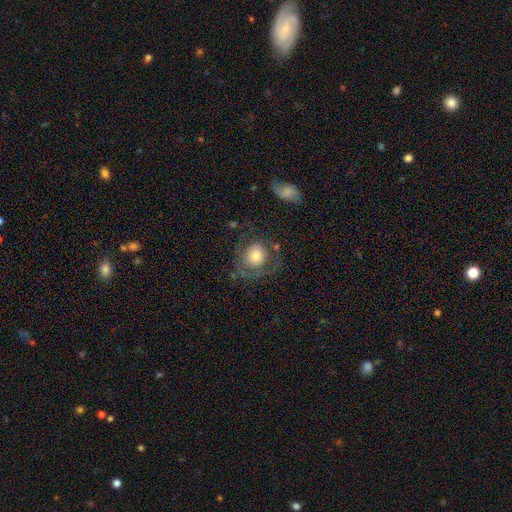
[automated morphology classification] This is possibly a smooth galaxy (47%). Merging: possibly none (54%).